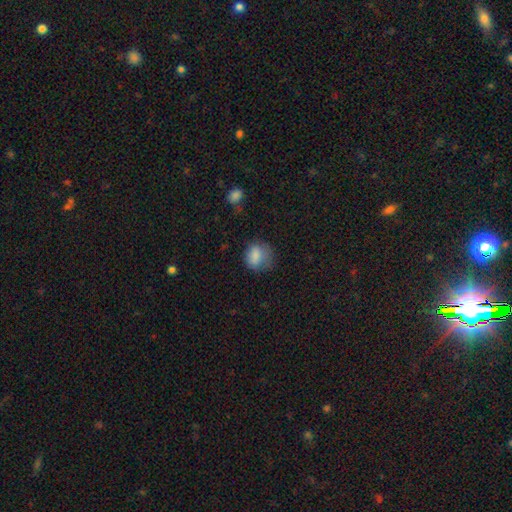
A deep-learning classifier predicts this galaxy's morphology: smooth_or_featured: smooth (p=0.81) [alt: star or artifact p=0.10]
how_rounded: round (p=0.65) [alt: in between p=0.34]
merging: none (p=0.55) [alt: minor disturbance p=0.29]